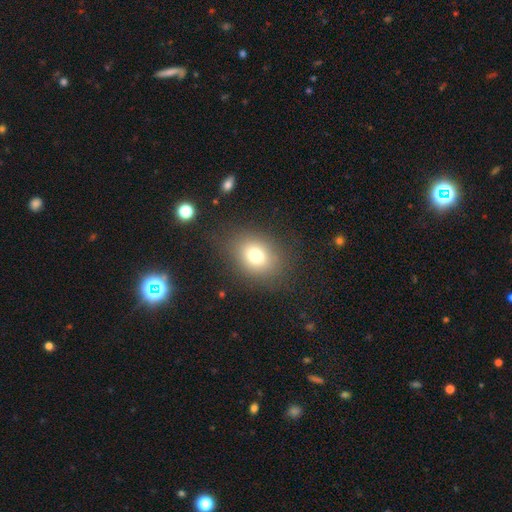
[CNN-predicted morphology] A smooth galaxy with no disk features (74%) that is in between round and cigar-shaped (52%). Merging: none (81%).